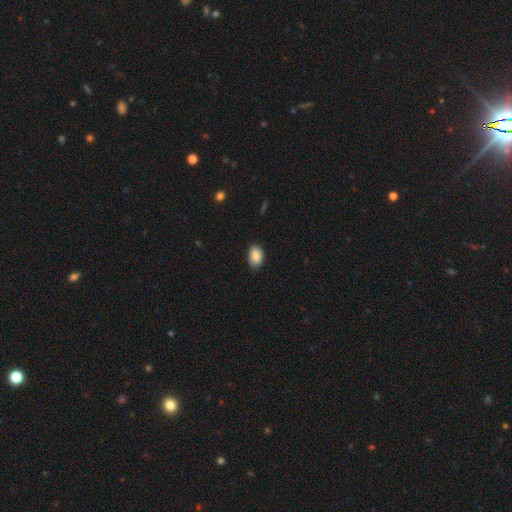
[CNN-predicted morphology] Smooth or featured? smooth (88%)
How rounded? in between (86%)
Merging? none (84%)